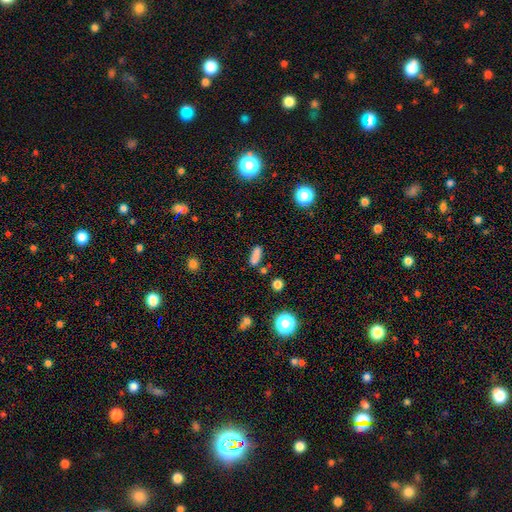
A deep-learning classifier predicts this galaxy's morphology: A smooth galaxy with no disk features (79%) that is in between round and cigar-shaped (54%). Merging: none (71%).